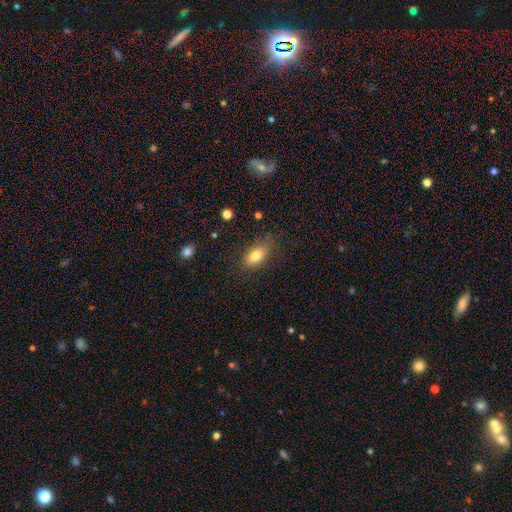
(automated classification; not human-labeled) Smooth or featured? Predicted: smooth (p=0.79). How rounded? Predicted: in between (p=0.86). Merging? Predicted: none (p=0.76).